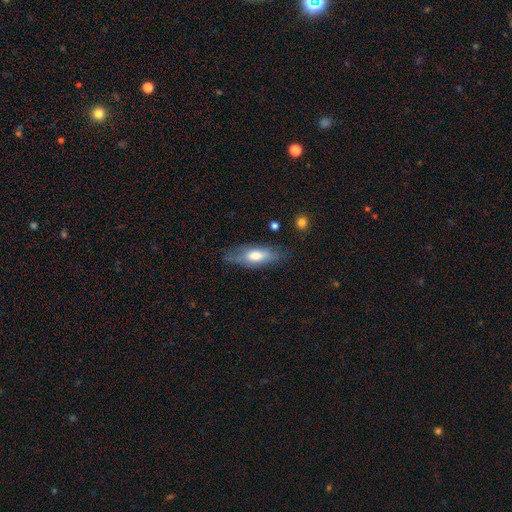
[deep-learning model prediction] Overall: smooth (59%; featured or disk 34%). How rounded: in between (64%; cigar-shaped 34%). Merging: none (70%).